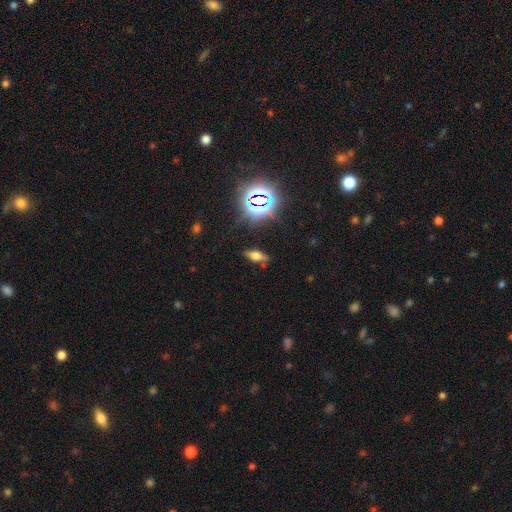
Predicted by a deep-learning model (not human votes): smooth 46%, featured or disk 29%, star or artifact 24%. Down the decision tree: merging — none (81%).